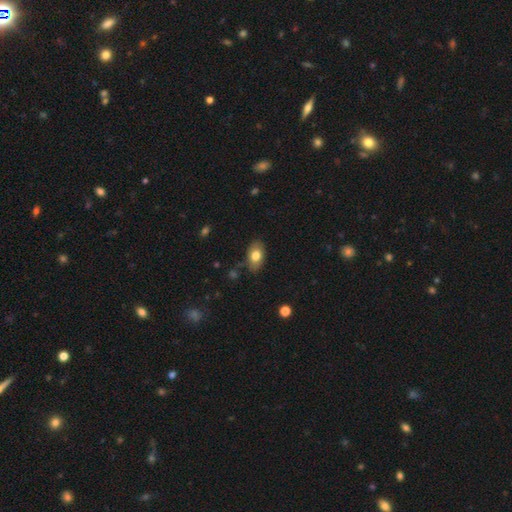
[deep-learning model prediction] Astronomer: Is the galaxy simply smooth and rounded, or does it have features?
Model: smooth — 77%.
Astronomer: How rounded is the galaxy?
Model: in between — 88%.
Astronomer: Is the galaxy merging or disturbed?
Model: none — 81%.